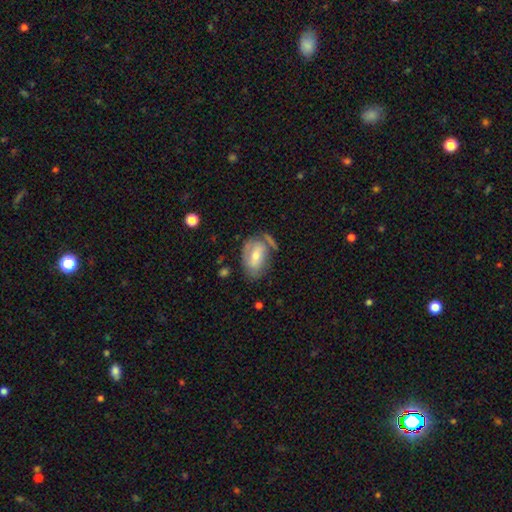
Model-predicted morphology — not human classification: Smooth or featured?
  - featured or disk: 48% *
  - smooth: 45%
  - star or artifact: 7%
Merging?
  - none: 50% *
  - minor disturbance: 25%
  - major disturbance: 14%
  - merger: 10%